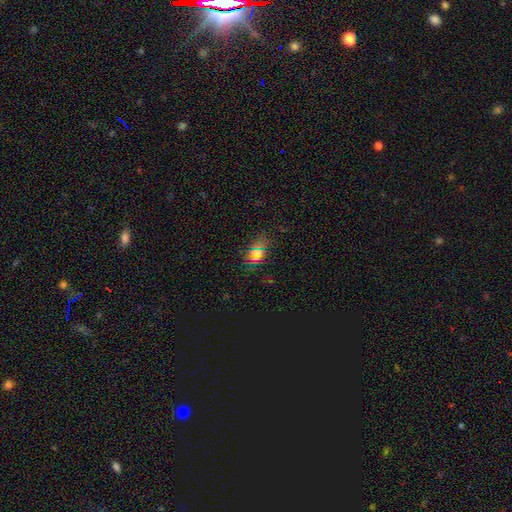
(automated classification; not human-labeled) This appears to be a smooth galaxy with no disk features (57%) that is in between round and cigar-shaped (75%). Merging: none (82%).